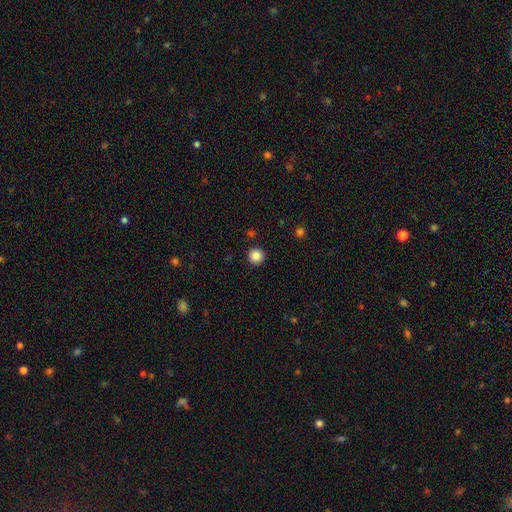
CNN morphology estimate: This appears to be a smooth galaxy with no disk features (86%) that is round (95%). Merging: none (91%).